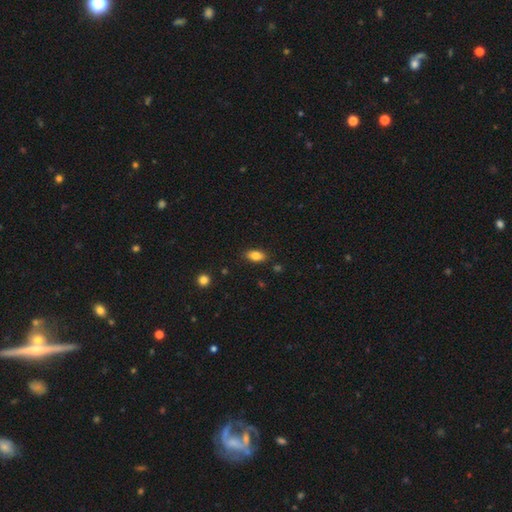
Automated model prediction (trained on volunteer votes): A smooth galaxy with no disk features (84%) that is in between round and cigar-shaped (90%). Merging: none (85%).